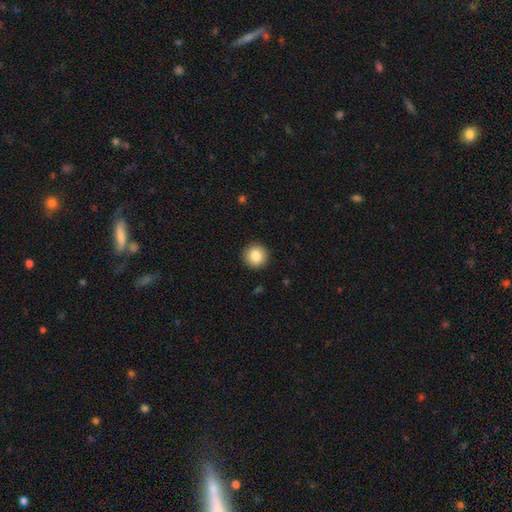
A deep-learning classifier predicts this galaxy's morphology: Smooth or featured? smooth (85%)
How rounded? round (95%)
Merging? none (92%)